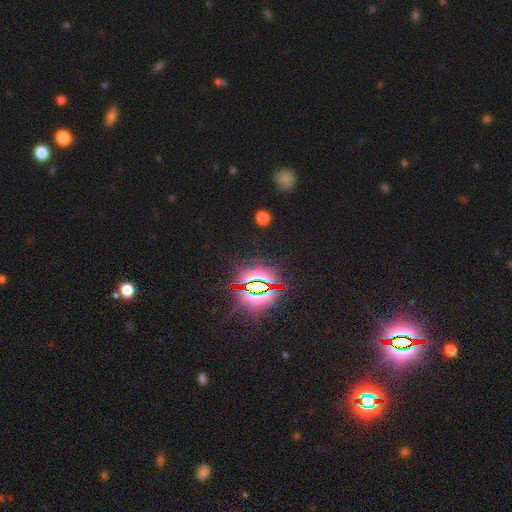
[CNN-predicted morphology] The model was most divided on "smooth or featured": star or artifact: 84%, smooth: 9%, featured or disk: 7%.